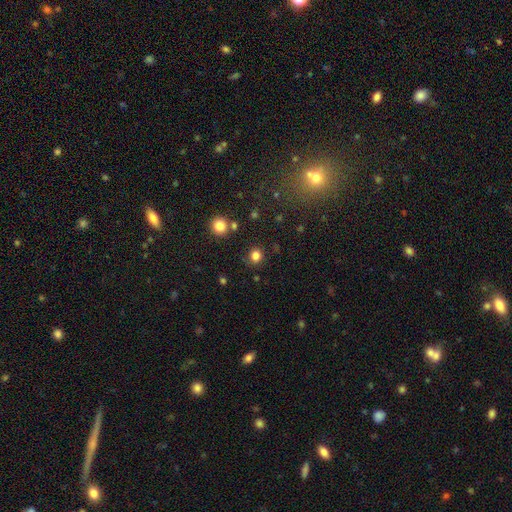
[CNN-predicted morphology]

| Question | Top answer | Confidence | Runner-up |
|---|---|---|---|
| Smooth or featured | smooth | 82% | star or artifact (13%) |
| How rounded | round | 83% | in between (16%) |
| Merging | none | 85% | minor disturbance (9%) |